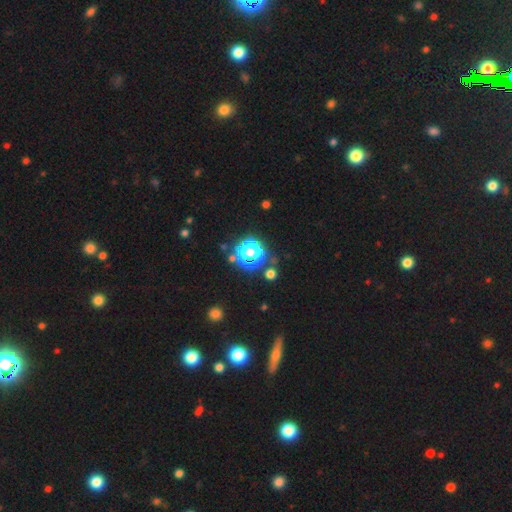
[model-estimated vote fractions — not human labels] This appears to be a star or artifact, not a galaxy (65%).